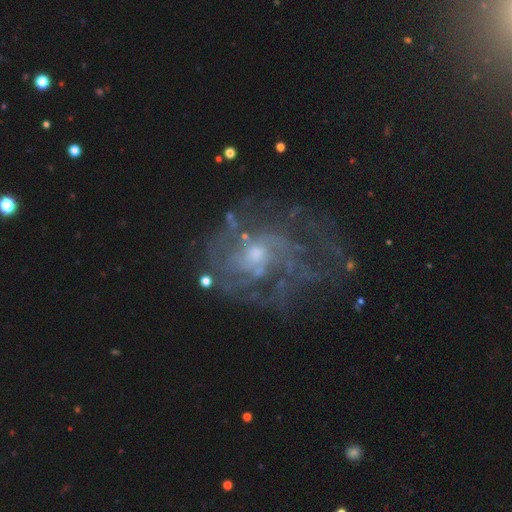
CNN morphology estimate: A featured or disk galaxy (81%) with no bar (75%), tight (43%) spiral arms (80%) and a small central bulge (52%). Merging: none (55%).